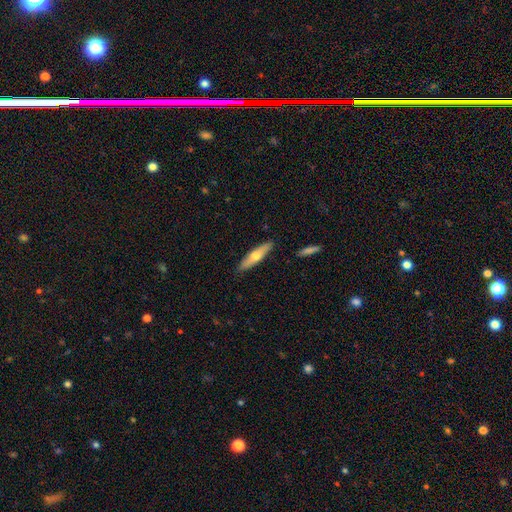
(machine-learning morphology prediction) A smooth galaxy with no disk features (55%) that is cigar-shaped (73%).

Vote fractions:
- Smooth or featured? smooth: 55% / featured or disk: 39% / star or artifact: 6%
- How rounded? cigar-shaped: 73% / in between: 25% / round: 2%
- Merging? none: 88% / minor disturbance: 9% / merger: 2% / major disturbance: 2%